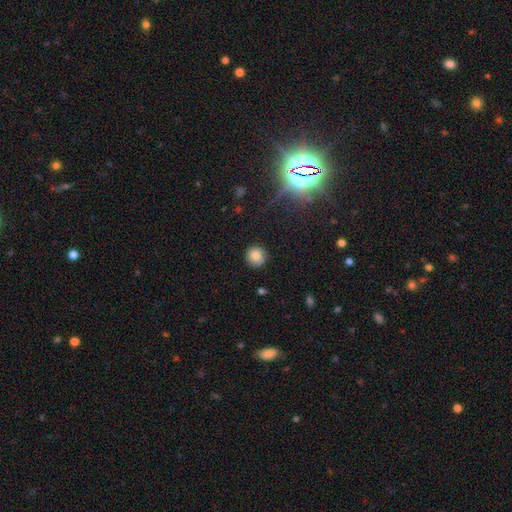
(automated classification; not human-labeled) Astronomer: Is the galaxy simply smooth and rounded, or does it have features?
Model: smooth — 78%.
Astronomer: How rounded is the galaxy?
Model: round — 93%.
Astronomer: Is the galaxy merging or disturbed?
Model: none — 86%.